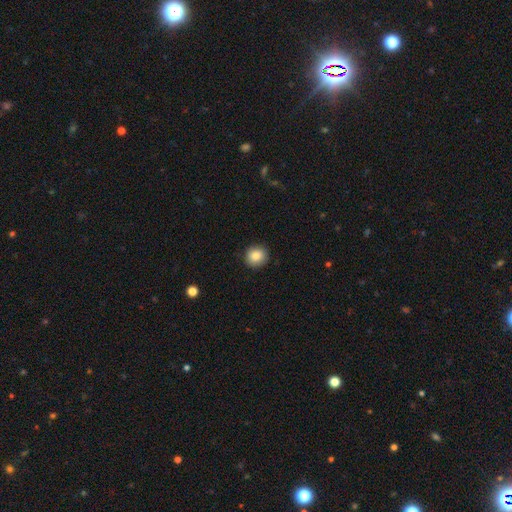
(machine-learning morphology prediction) smooth_or_featured: smooth (p=0.85) [alt: star or artifact p=0.09]
how_rounded: round (p=0.88) [alt: in between p=0.11]
merging: none (p=0.90) [alt: minor disturbance p=0.07]